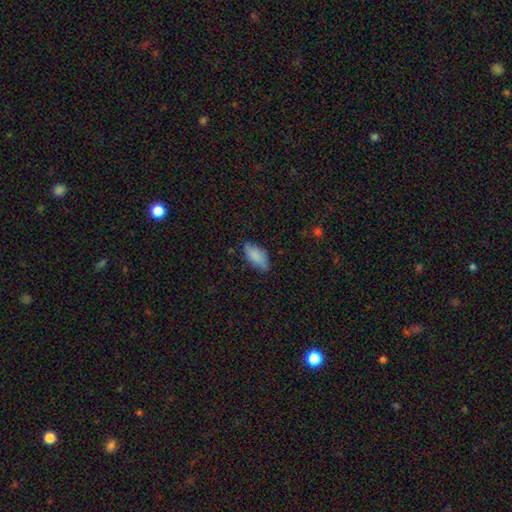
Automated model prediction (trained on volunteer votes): smooth-or-featured: smooth: 85% | featured or disk: 9% | star or artifact: 7%
  how-rounded: in between: 91% | cigar-shaped: 7% | round: 2%
  merging: none: 73% | minor disturbance: 22% | major disturbance: 4% | merger: 1%